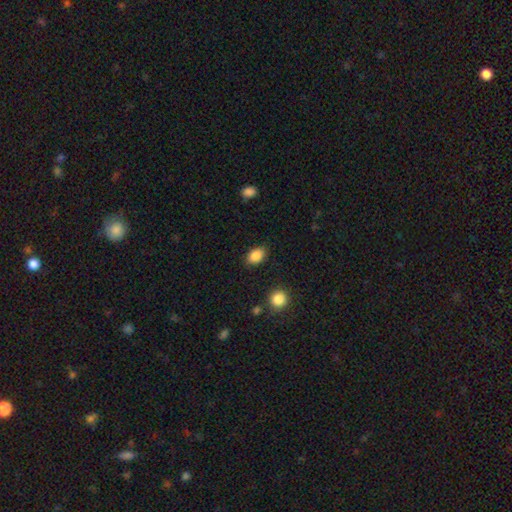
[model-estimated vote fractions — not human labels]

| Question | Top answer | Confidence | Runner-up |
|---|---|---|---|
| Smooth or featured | smooth | 87% | star or artifact (8%) |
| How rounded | in between | 82% | round (17%) |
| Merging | none | 85% | minor disturbance (11%) |